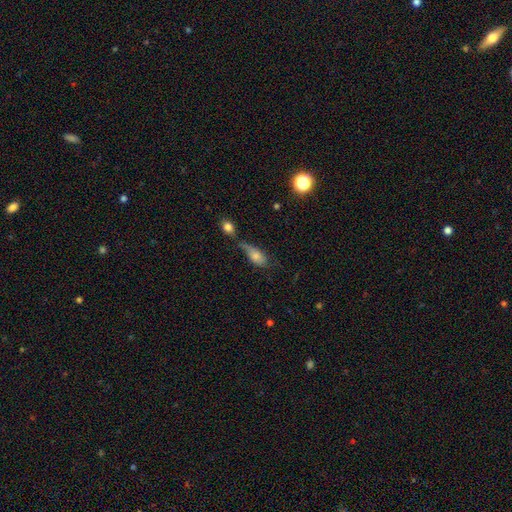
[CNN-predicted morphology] Smooth or featured: smooth — 72% (featured or disk — 18%)
How rounded: in between — 84% (cigar-shaped — 11%)
Merging: none — 30% (merger — 26%)